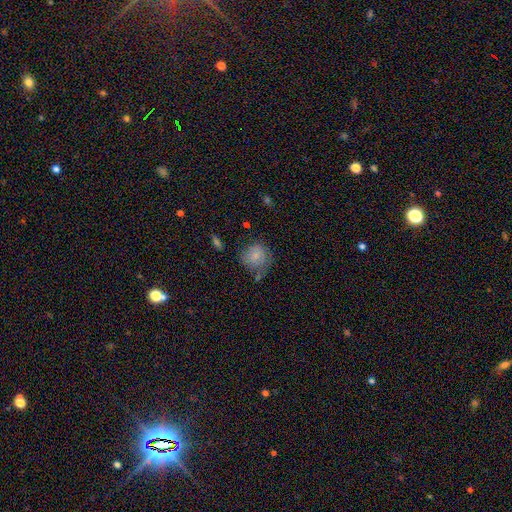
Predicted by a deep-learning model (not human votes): Smooth or featured?
  - smooth: 71% *
  - featured or disk: 20%
  - star or artifact: 9%
How rounded?
  - round: 85% *
  - in between: 14%
  - cigar-shaped: 1%
Merging?
  - none: 54% *
  - minor disturbance: 27%
  - major disturbance: 12%
  - merger: 7%